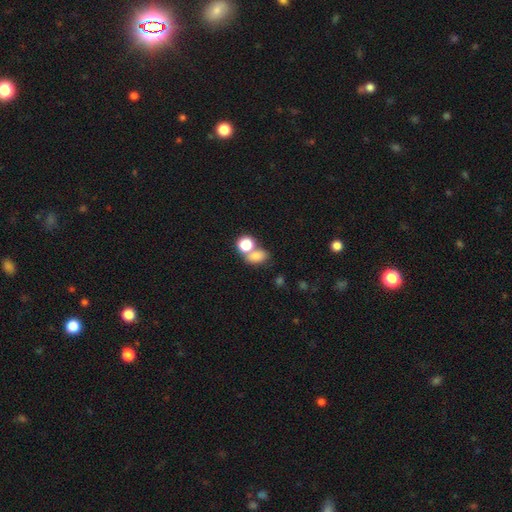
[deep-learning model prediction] Smooth or featured? smooth (78%)
How rounded? in between (63%)
Merging? merger (50%)